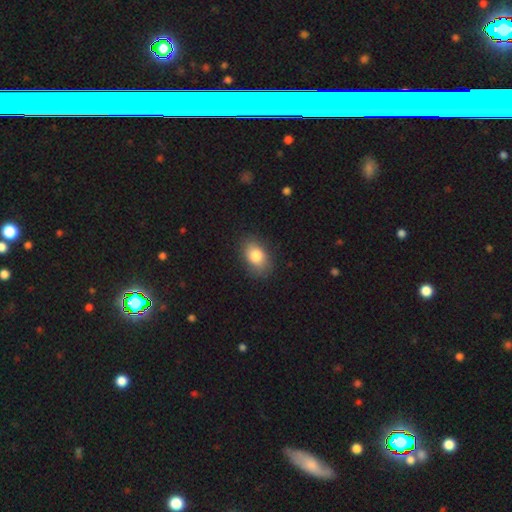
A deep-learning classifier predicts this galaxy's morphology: smooth 82%, featured or disk 10%, star or artifact 8%. Down the decision tree: how rounded — in between (84%); merging — none (82%).